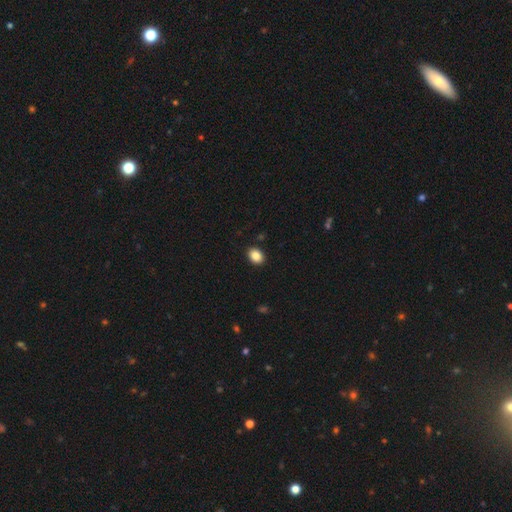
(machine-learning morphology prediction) A smooth galaxy with no disk features (87%) that is in between round and cigar-shaped (69%). Merging: none (91%).